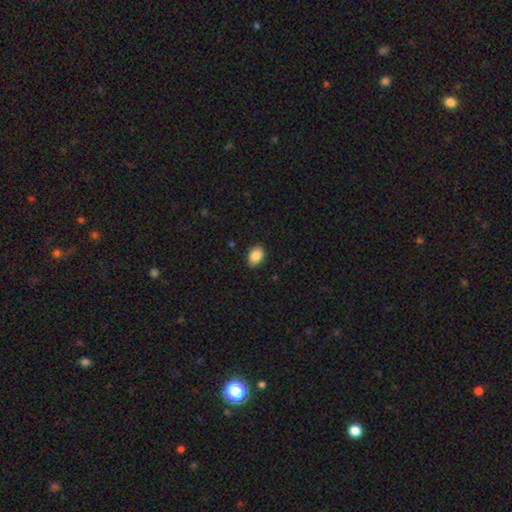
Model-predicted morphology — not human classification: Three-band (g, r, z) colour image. It shows a smooth galaxy with no disk features (89%) that is in between round and cigar-shaped (85%). Merging: none (88%).